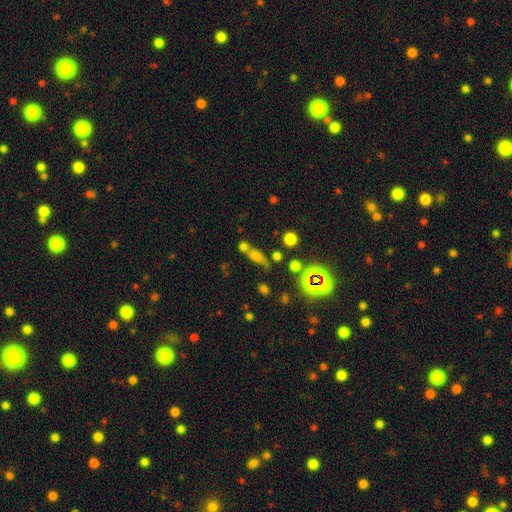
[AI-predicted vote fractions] smooth_or_featured: smooth (p=0.56) [alt: star or artifact p=0.23]
how_rounded: in between (p=0.46) [alt: cigar-shaped p=0.30]
merging: none (p=0.41) [alt: merger p=0.35]